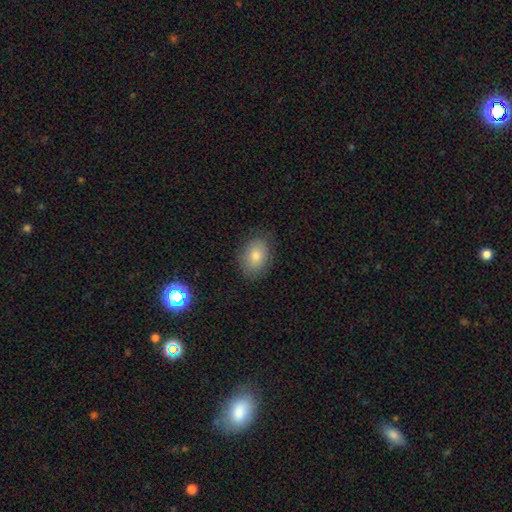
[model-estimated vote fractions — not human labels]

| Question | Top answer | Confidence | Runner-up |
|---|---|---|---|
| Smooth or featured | smooth | 78% | star or artifact (12%) |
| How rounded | in between | 69% | round (30%) |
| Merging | none | 83% | minor disturbance (12%) |